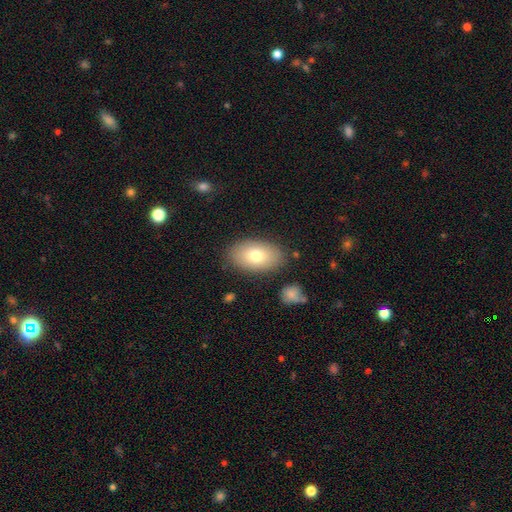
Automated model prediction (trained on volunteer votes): The model was most divided on "smooth or featured": smooth: 75%, featured or disk: 17%, star or artifact: 8%. More confident: how rounded — in between (90%); merging — none (84%).